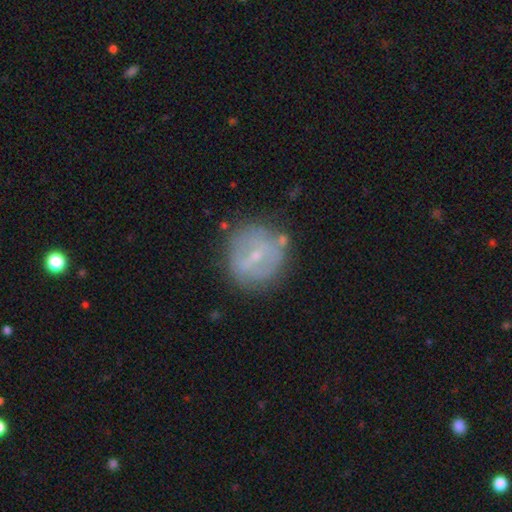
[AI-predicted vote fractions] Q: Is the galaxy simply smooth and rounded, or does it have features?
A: featured or disk — 53%.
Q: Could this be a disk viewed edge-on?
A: no — 94%.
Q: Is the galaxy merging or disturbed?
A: none — 73%.